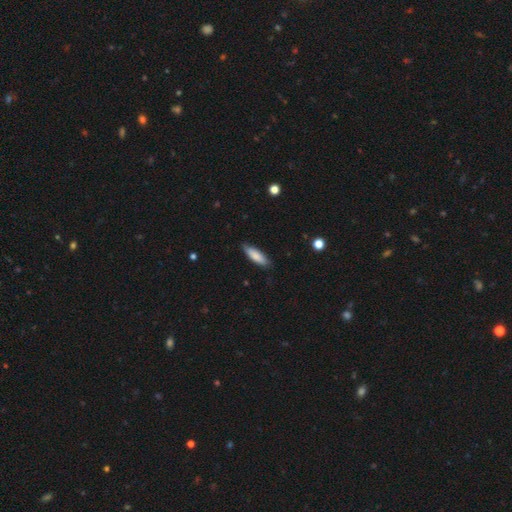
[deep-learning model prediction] A smooth galaxy with no disk features (84%) that is cigar-shaped (50%).

Vote fractions:
- Smooth or featured? smooth: 84% / featured or disk: 11% / star or artifact: 6%
- How rounded? cigar-shaped: 50% / in between: 48% / round: 1%
- Merging? none: 84% / minor disturbance: 13% / major disturbance: 2% / merger: 1%